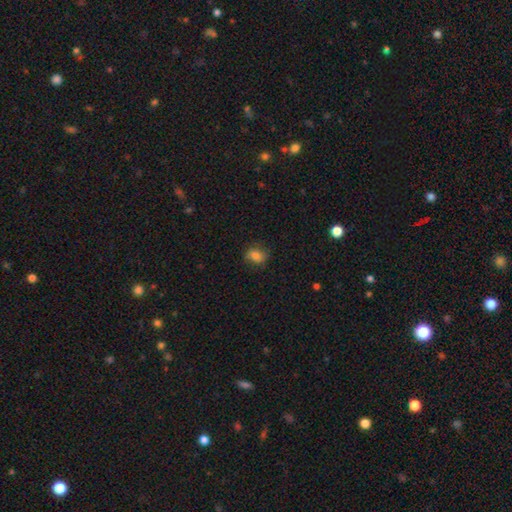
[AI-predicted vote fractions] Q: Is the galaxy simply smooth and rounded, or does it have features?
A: smooth — 79%.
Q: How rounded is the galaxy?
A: in between — 61%.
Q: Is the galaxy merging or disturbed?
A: none — 77%.